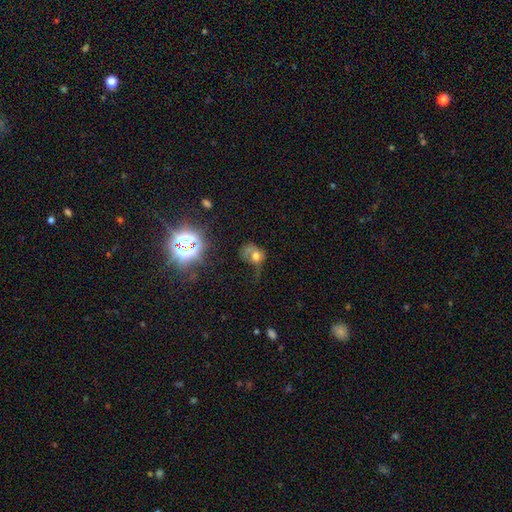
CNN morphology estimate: smooth_or_featured: smooth (p=0.54) [alt: featured or disk p=0.29]
how_rounded: round (p=0.56) [alt: in between p=0.43]
merging: major disturbance (p=0.50) [alt: none p=0.22]